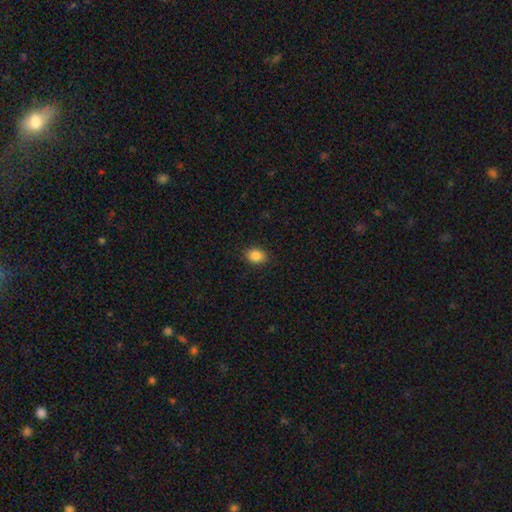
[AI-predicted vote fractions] smooth-or-featured: smooth: 86% | star or artifact: 9% | featured or disk: 4%
  how-rounded: in between: 65% | round: 34% | cigar-shaped: 1%
  merging: none: 89% | minor disturbance: 8% | major disturbance: 2% | merger: 1%